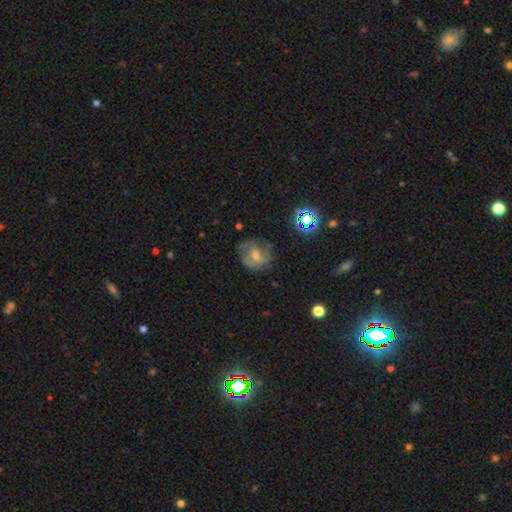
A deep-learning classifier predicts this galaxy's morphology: A featured or disk galaxy (62%) with no bar (50%), medium (43%) spiral arms (84%) and a moderate central bulge (49%).

Vote fractions:
- Smooth or featured? featured or disk: 62% / smooth: 23% / star or artifact: 15%
- Edge-on disk? no: 97% / yes: 3%
- Bar? no: 50% / weak: 40% / strong: 10%
- Spiral arms? yes: 84% / no: 16%
- Spiral winding? medium: 43% / tight: 42% / loose: 15%
- Spiral arm count? can't tell: 34% / 2: 31% / 3: 21% / 4: 5% / 1: 5% / more than 4: 4%
- Bulge size? moderate: 49% / small: 44% / none: 3% / large: 3% / dominant: 1%
- Merging? none: 69% / minor disturbance: 19% / major disturbance: 10% / merger: 2%